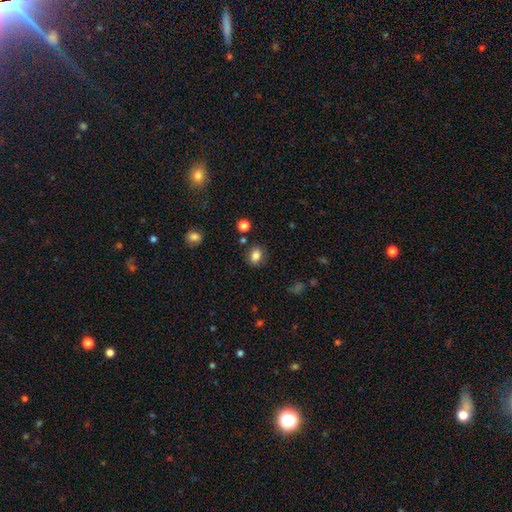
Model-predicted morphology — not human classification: A smooth galaxy with no disk features (83%) that is in between round and cigar-shaped (59%). Merging: none (83%).